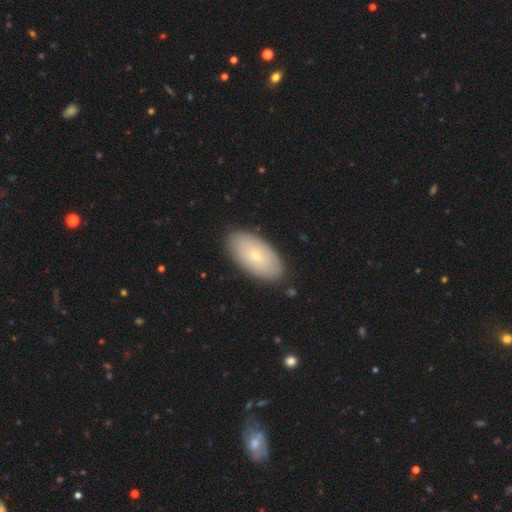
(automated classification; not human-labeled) Smooth or featured? smooth (65%)
How rounded? in between (95%)
Merging? none (87%)